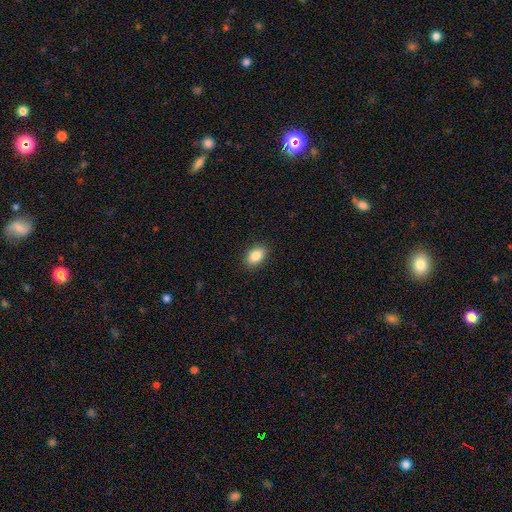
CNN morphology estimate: The model was most divided on "smooth or featured": smooth: 85%, star or artifact: 8%, featured or disk: 7%. More confident: merging — none (89%); how rounded — in between (87%).